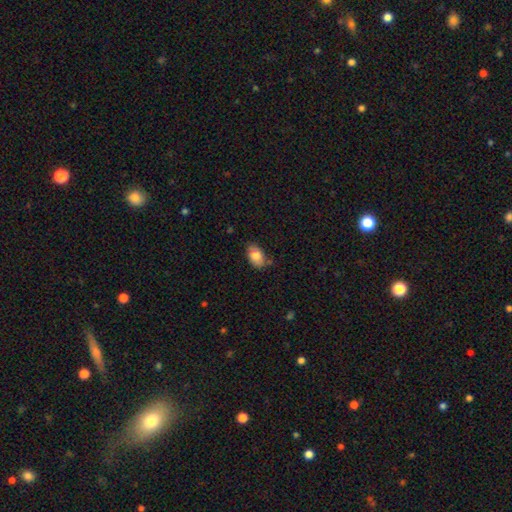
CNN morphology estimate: smooth 83%, featured or disk 10%, star or artifact 7%. Down the decision tree: how rounded — in between (90%); merging — none (69%).